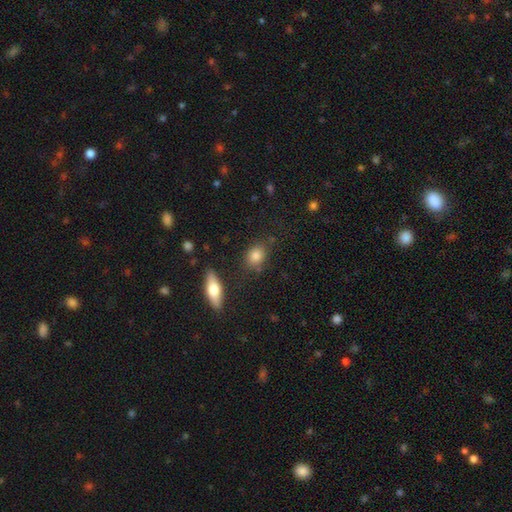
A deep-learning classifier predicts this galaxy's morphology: smooth-or-featured: smooth: 80% | featured or disk: 10% | star or artifact: 10%
  how-rounded: in between: 55% | round: 41% | cigar-shaped: 4%
  merging: none: 79% | minor disturbance: 12% | merger: 5% | major disturbance: 4%